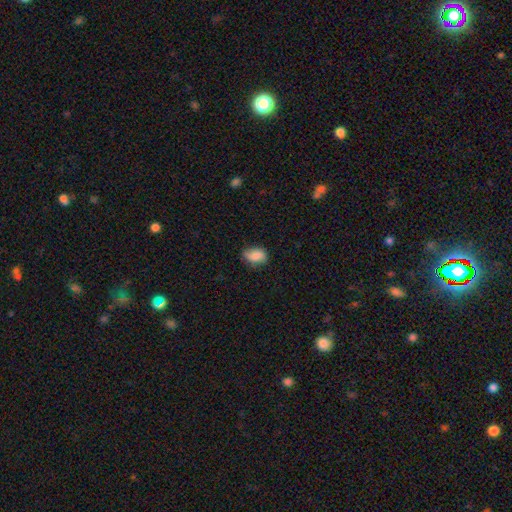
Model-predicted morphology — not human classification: A smooth galaxy with no disk features (80%) that is in between round and cigar-shaped (79%).

Vote fractions:
- Smooth or featured? smooth: 80% / featured or disk: 12% / star or artifact: 8%
- How rounded? in between: 79% / round: 19% / cigar-shaped: 2%
- Merging? none: 67% / minor disturbance: 26% / major disturbance: 5% / merger: 1%